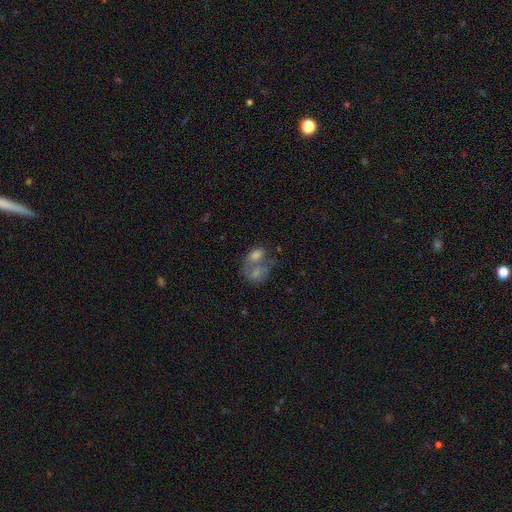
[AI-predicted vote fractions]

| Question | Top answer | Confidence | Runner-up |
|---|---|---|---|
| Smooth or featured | smooth | 58% | featured or disk (30%) |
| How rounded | in between | 68% | round (30%) |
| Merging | merger | 70% | none (16%) |